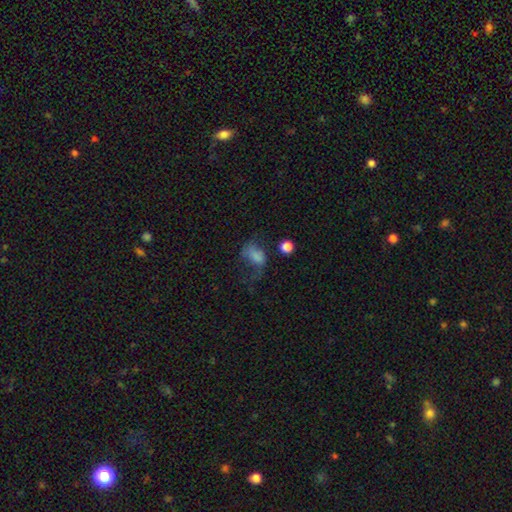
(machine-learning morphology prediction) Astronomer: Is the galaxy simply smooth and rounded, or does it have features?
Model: smooth — 64%.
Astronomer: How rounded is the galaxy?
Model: in between — 79%.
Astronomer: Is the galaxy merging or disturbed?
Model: major disturbance — 44% (runner-up: none, 28%).